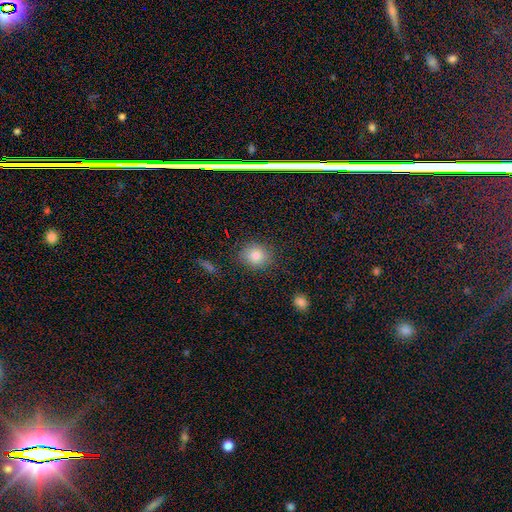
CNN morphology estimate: Overall: smooth (81%). How rounded: round (71%). Merging: none (84%).